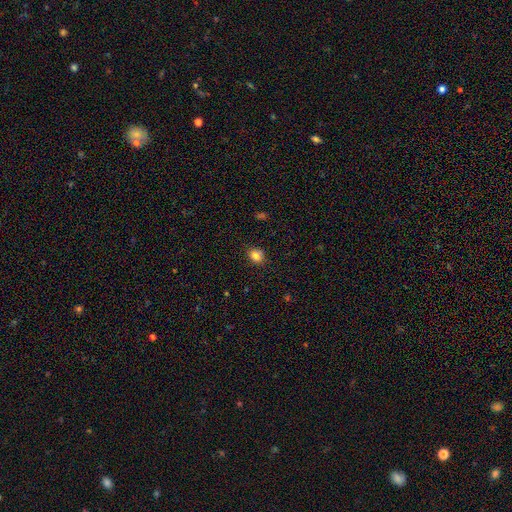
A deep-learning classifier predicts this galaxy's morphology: A smooth galaxy with no disk features (82%) that is round (67%). Merging: none (85%).